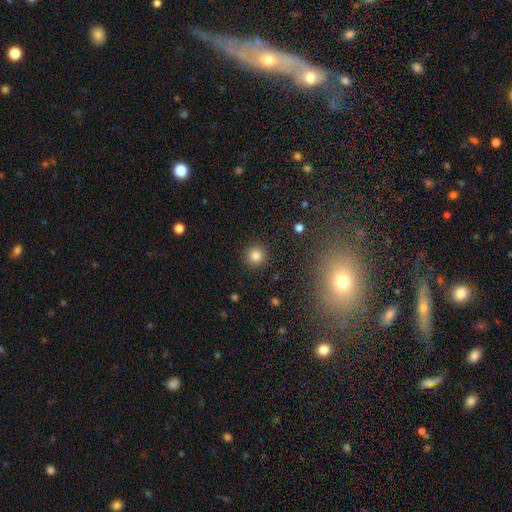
Smooth or featured: smooth — 92% (star or artifact — 5%)
How rounded: round — 97% (in between — 3%)
Merging: none — 92% (minor disturbance — 3%)